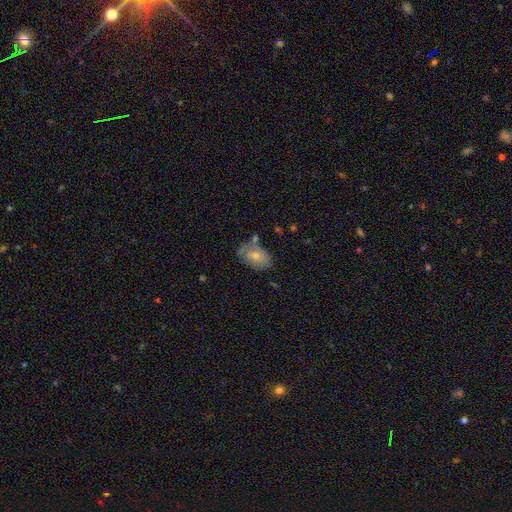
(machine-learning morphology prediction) This is possibly a smooth galaxy (53%). How rounded: clearly in between (83%). Merging: likely none (63%).